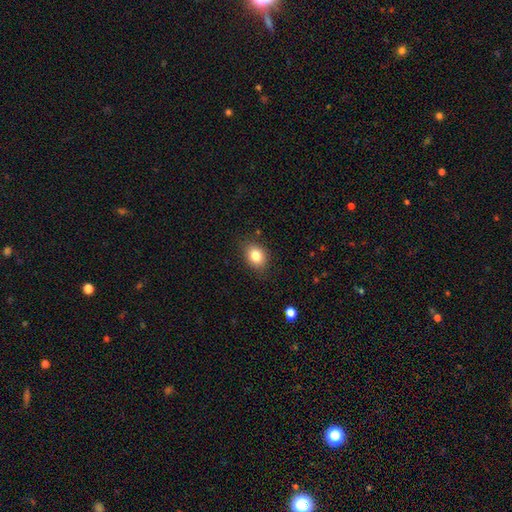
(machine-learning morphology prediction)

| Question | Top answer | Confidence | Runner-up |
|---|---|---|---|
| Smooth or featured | smooth | 83% | star or artifact (9%) |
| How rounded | in between | 63% | round (36%) |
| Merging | none | 83% | minor disturbance (13%) |